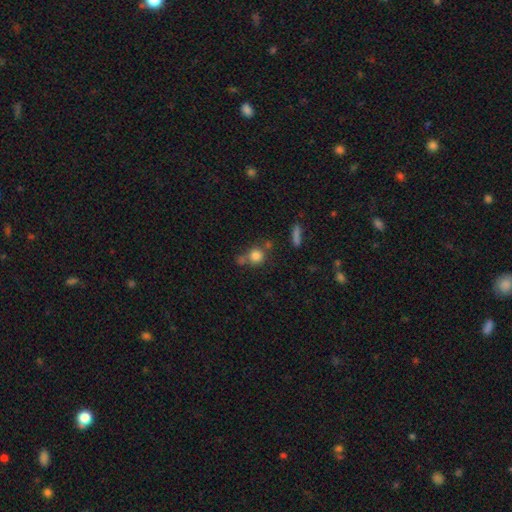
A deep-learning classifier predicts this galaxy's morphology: Smooth or featured?
  - smooth: 80% *
  - star or artifact: 11%
  - featured or disk: 8%
How rounded?
  - round: 88% *
  - in between: 10%
  - cigar-shaped: 2%
Merging?
  - none: 55% *
  - merger: 27%
  - minor disturbance: 12%
  - major disturbance: 6%